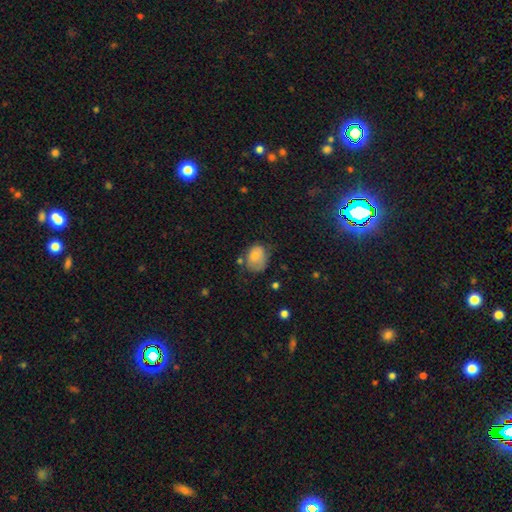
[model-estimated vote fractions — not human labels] smooth-or-featured: smooth: 74% | featured or disk: 17% | star or artifact: 9%
  how-rounded: in between: 60% | round: 39% | cigar-shaped: 1%
  merging: none: 45% | minor disturbance: 33% | major disturbance: 16% | merger: 6%